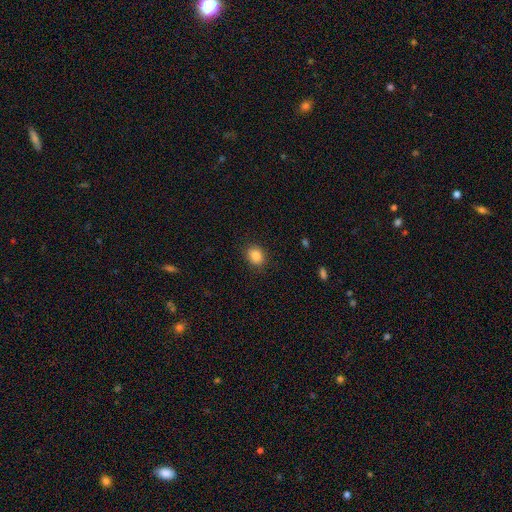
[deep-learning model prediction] Smooth or featured: smooth — 86% (star or artifact — 9%)
How rounded: round — 58% (in between — 41%)
Merging: none — 88% (minor disturbance — 9%)